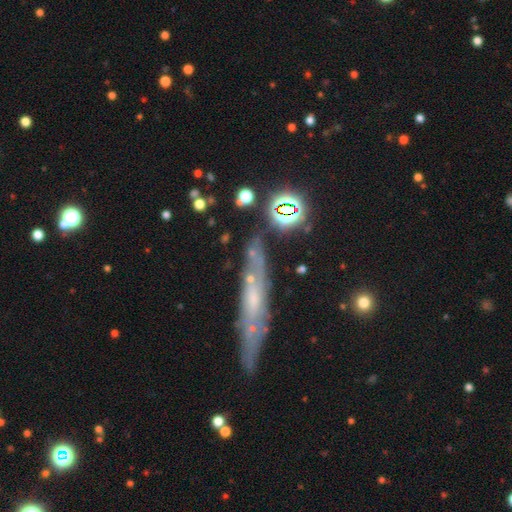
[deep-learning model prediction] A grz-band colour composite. It shows a featured or disk galaxy (45%). Merging: none (70%).